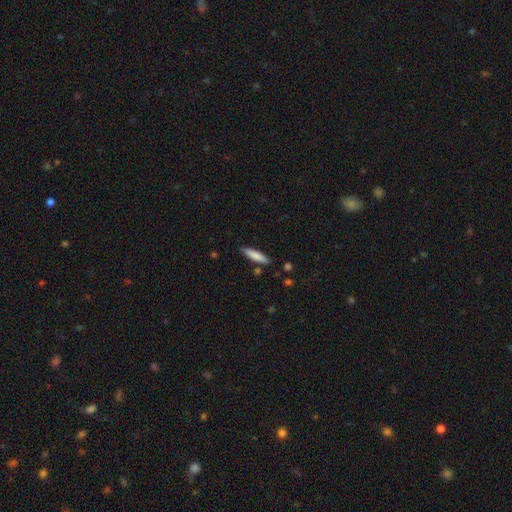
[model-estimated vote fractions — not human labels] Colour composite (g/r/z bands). It shows a smooth galaxy with no disk features (79%) that is cigar-shaped (82%). Merging: none (86%).